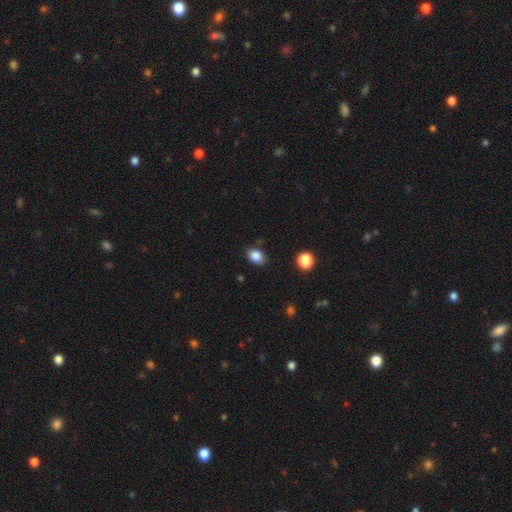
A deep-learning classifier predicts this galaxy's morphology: This is clearly a smooth galaxy (86%). How rounded: likely in between (74%). Merging: clearly none (82%).